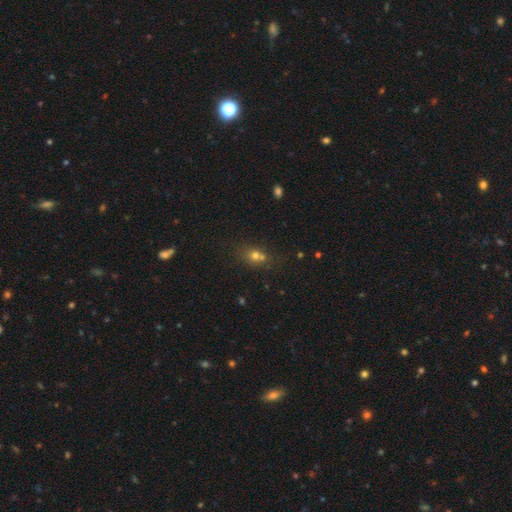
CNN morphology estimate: smooth 64%, star or artifact 21%, featured or disk 15%. Down the decision tree: how rounded — round (60%); merging — none (50%).